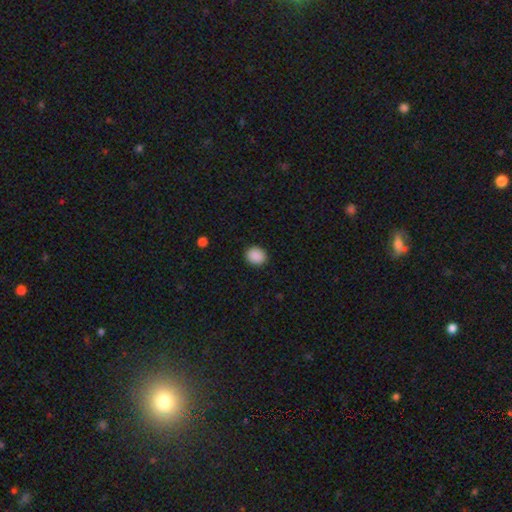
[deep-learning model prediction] The model was most divided on "how rounded": round: 70%, in between: 29%, cigar-shaped: 1%. More confident: merging — none (90%); smooth or featured — smooth (90%).